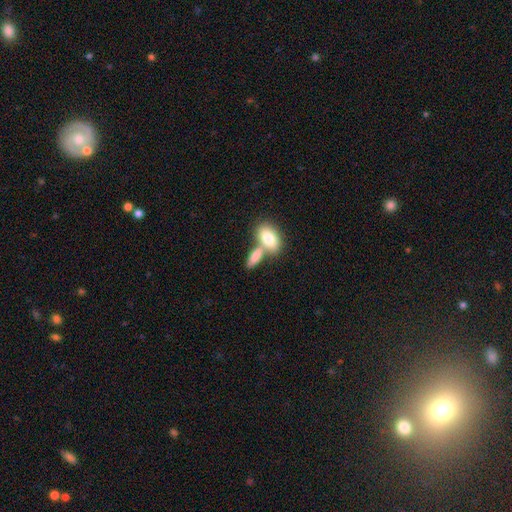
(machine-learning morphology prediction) This appears to be a smooth galaxy with no disk features (81%) that is in between round and cigar-shaped (84%). Merging: merger (54%).